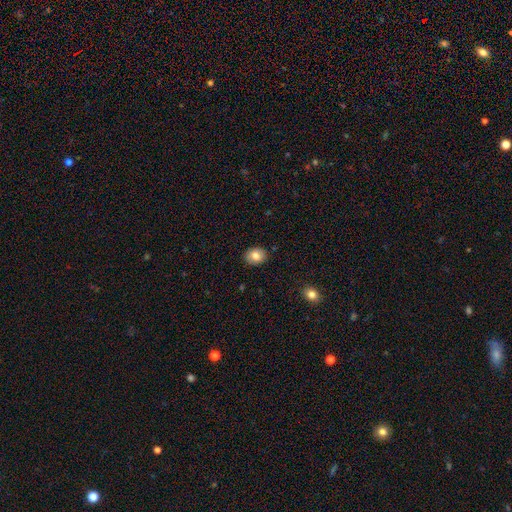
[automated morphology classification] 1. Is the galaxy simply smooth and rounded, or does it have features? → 81% smooth, 10% featured or disk, 9% star or artifact.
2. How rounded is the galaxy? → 52% round, 47% in between, 1% cigar-shaped.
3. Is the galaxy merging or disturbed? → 88% none, 9% minor disturbance, 2% major disturbance, 1% merger.